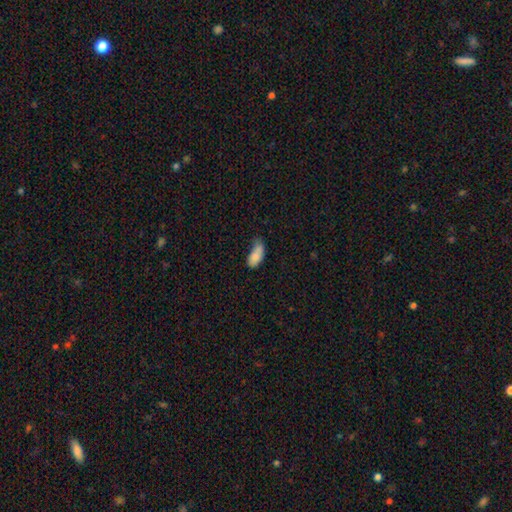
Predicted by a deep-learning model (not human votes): This is clearly a smooth galaxy (81%). How rounded: clearly in between (89%). Merging: marginally minor disturbance (42%).